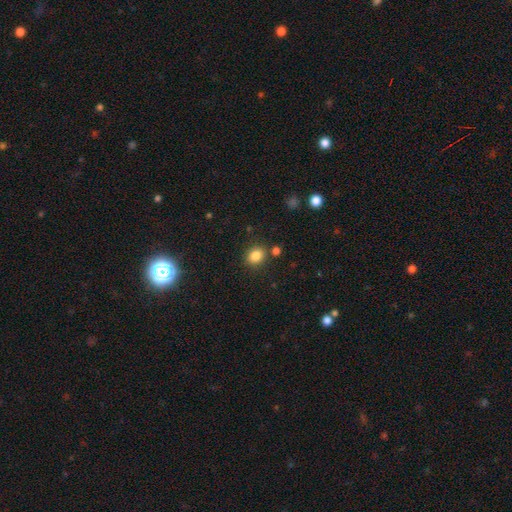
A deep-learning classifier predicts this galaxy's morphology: type=smooth (83%); roundness=round (58%); merging=none (81%).